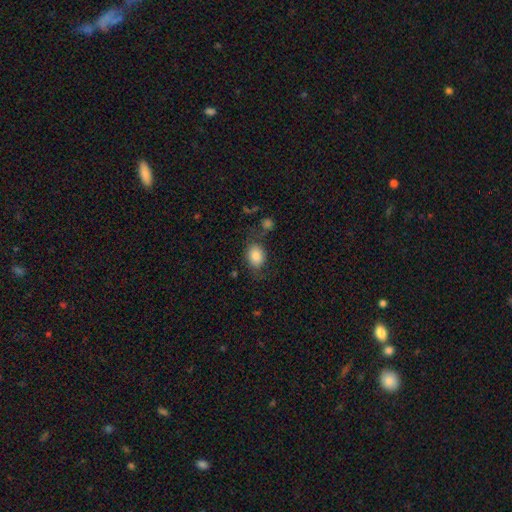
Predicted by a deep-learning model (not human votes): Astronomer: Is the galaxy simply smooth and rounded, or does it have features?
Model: smooth — 83%.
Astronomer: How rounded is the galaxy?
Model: in between — 65%.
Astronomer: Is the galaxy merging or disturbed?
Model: none — 62%.